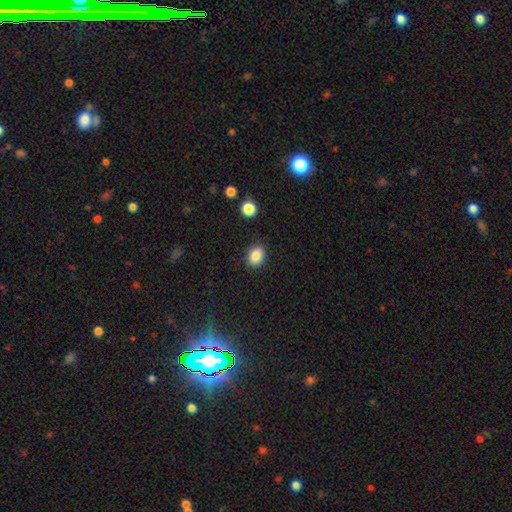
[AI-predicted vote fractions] Smooth or featured? Predicted: smooth (p=0.86). How rounded? Predicted: in between (p=0.51). Merging? Predicted: none (p=0.88).